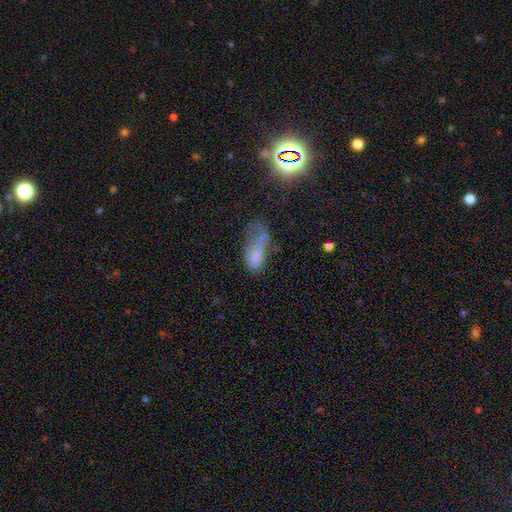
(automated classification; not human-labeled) The model was most divided on "smooth or featured": smooth: 58%, featured or disk: 30%, star or artifact: 12%. More confident: how rounded — in between (86%); merging — major disturbance (52%).